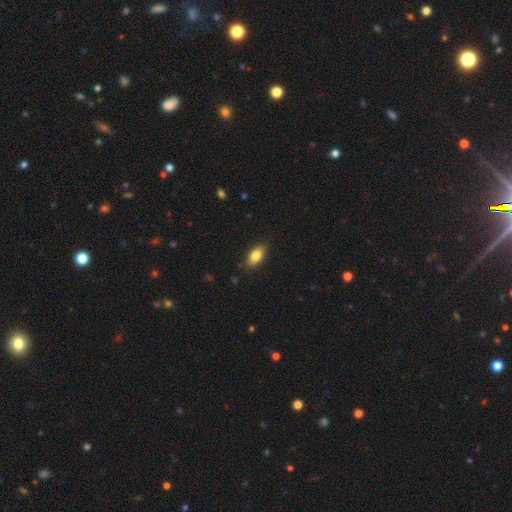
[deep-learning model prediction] A smooth galaxy with no disk features (84%) that is in between round and cigar-shaped (89%).

Vote fractions:
- Smooth or featured? smooth: 84% / featured or disk: 8% / star or artifact: 8%
- How rounded? in between: 89% / cigar-shaped: 6% / round: 5%
- Merging? none: 85% / minor disturbance: 11% / major disturbance: 2% / merger: 1%